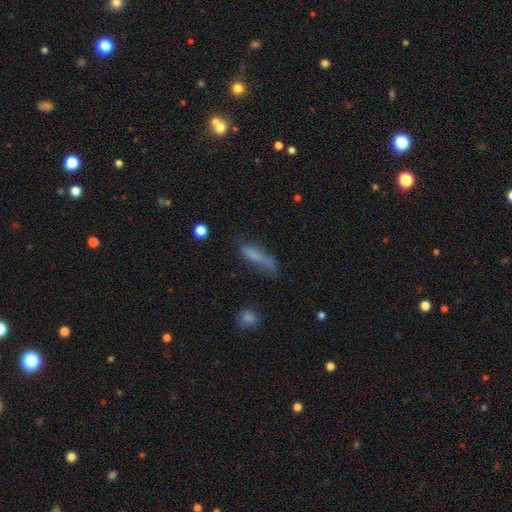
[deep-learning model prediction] This is likely a smooth galaxy (70%). How rounded: likely cigar-shaped (70%). Merging: possibly none (46%).